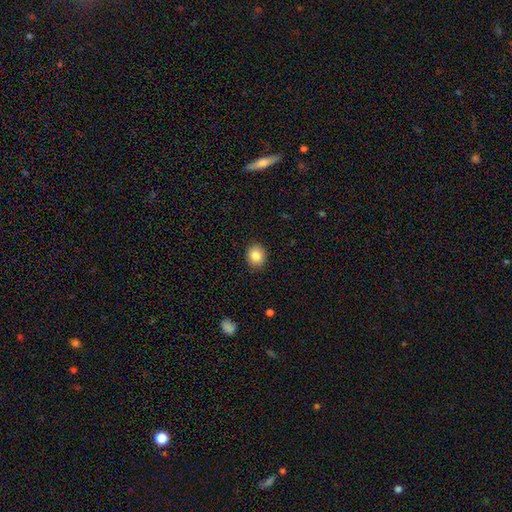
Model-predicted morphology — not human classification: This appears to be a smooth galaxy with no disk features (85%) that is round (71%). Merging: none (90%).